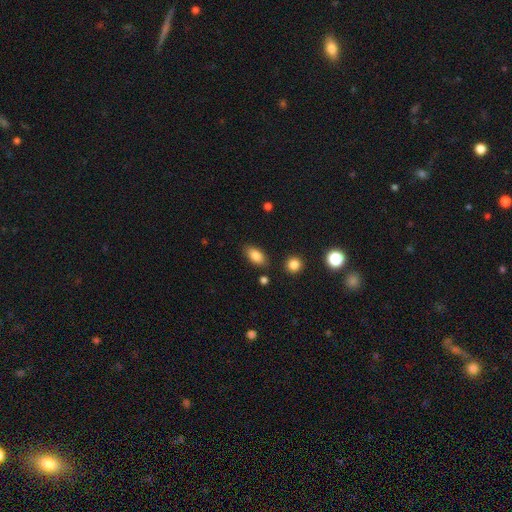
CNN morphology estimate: Overall: smooth (84%). How rounded: in between (90%). Merging: none (84%).